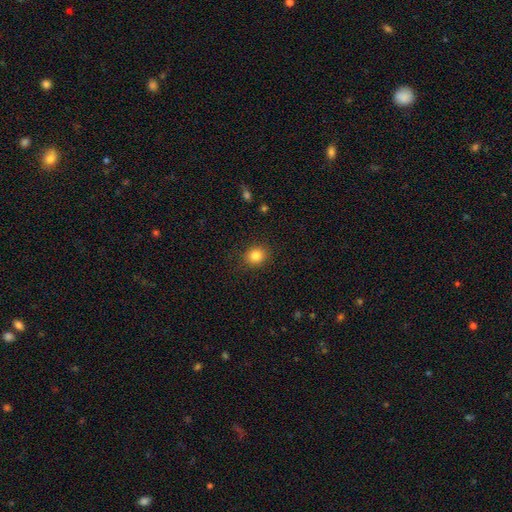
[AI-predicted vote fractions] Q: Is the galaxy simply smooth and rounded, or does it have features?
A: smooth — 84%.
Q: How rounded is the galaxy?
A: round — 76%.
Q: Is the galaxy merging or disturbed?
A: none — 88%.